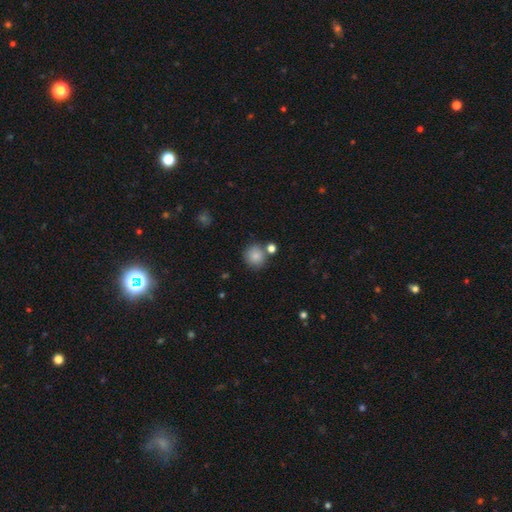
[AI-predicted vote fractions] A smooth galaxy with no disk features (85%) that is round (91%). Merging: none (75%).